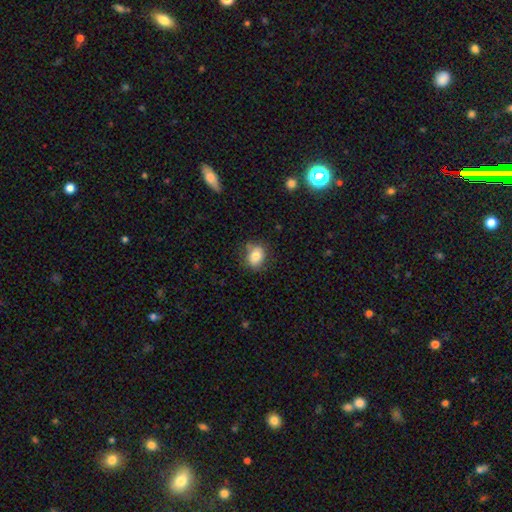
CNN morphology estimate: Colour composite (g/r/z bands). It shows a smooth galaxy with no disk features (80%) that is in between round and cigar-shaped (52%). Merging: none (72%).